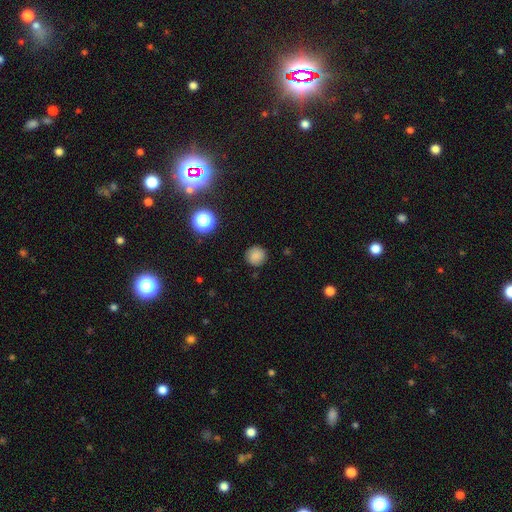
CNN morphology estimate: This appears to be a smooth galaxy with no disk features (82%) that is round (93%). Merging: none (88%).